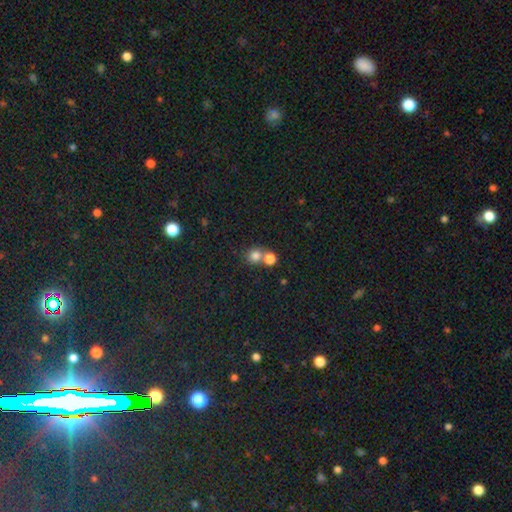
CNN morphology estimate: Smooth or featured: smooth — 80% (star or artifact — 13%)
How rounded: round — 85% (in between — 14%)
Merging: none — 47% (merger — 45%)